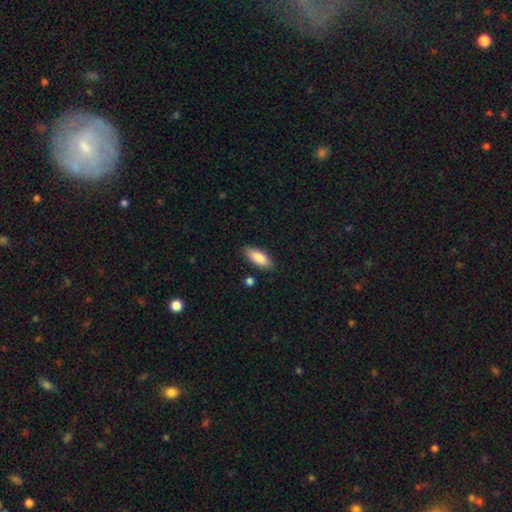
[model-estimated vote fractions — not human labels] Q: Smooth or featured?
A: smooth (86%); runner-up: featured or disk (8%)
Q: How rounded?
A: in between (78%); runner-up: cigar-shaped (20%)
Q: Merging?
A: none (85%); runner-up: minor disturbance (11%)